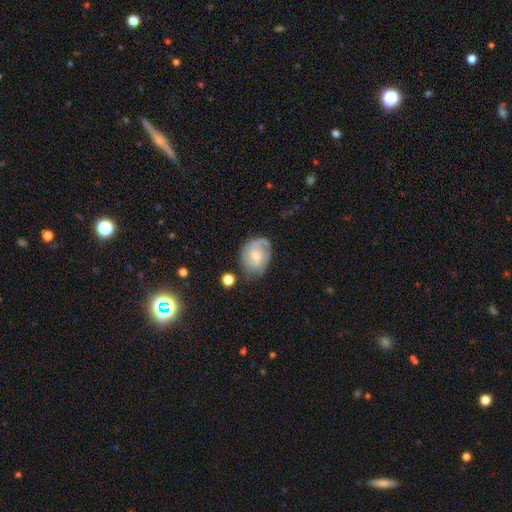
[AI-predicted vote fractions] featured or disk 65%, smooth 29%, star or artifact 7%. Down the decision tree: edge-on disk — no (97%); bar — no (57%); spiral arms — yes (88%); spiral arm count — 2 (43%); spiral winding — tight (42%); bulge size — small (48%); merging — none (63%).